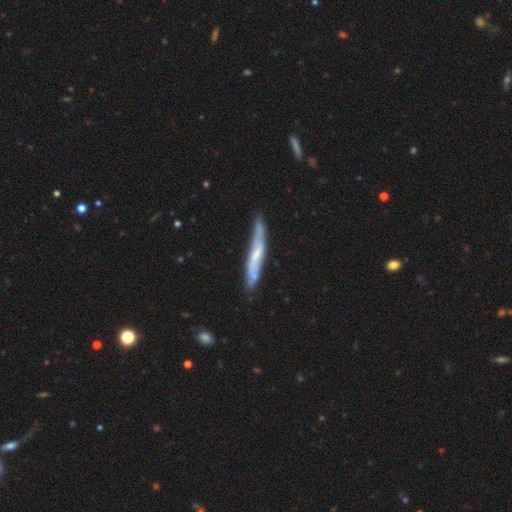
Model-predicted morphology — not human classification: This is possibly a featured or disk galaxy (58%). It is likely viewed edge-on (75%). Merging: likely none (70%).